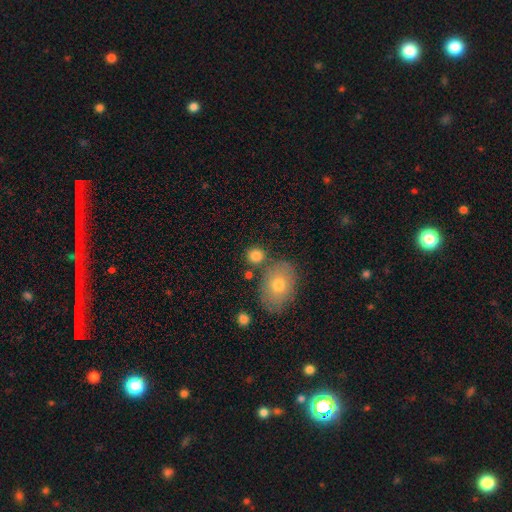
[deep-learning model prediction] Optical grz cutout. It shows a smooth galaxy with no disk features (81%) that is round (81%). Merging: none (73%).